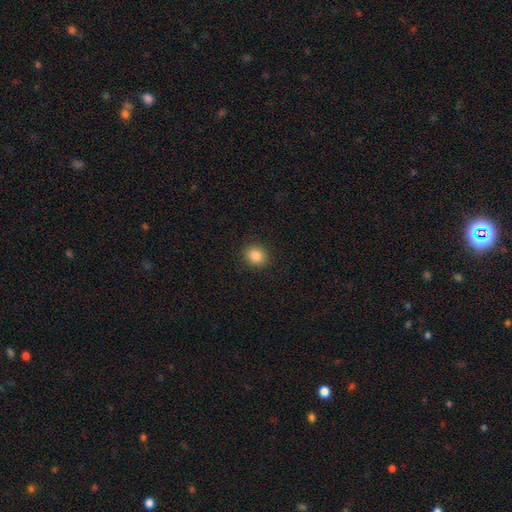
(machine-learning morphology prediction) Smooth or featured? smooth (85%)
How rounded? round (76%)
Merging? none (90%)